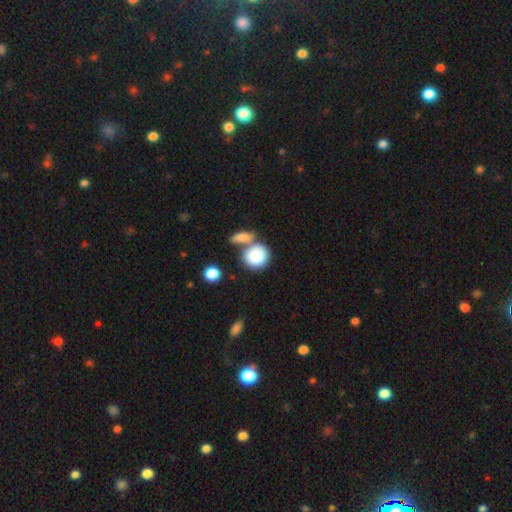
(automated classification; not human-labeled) Smooth or featured? smooth (84%)
How rounded? round (79%)
Merging? none (43%)